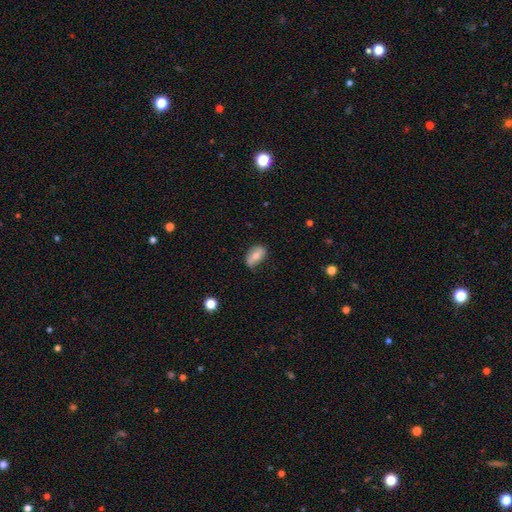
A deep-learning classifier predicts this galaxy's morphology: Smooth or featured?
  - smooth: 55% *
  - featured or disk: 37%
  - star or artifact: 8%
How rounded?
  - in between: 88% *
  - round: 8%
  - cigar-shaped: 4%
Merging?
  - none: 58% *
  - minor disturbance: 32%
  - major disturbance: 8%
  - merger: 2%